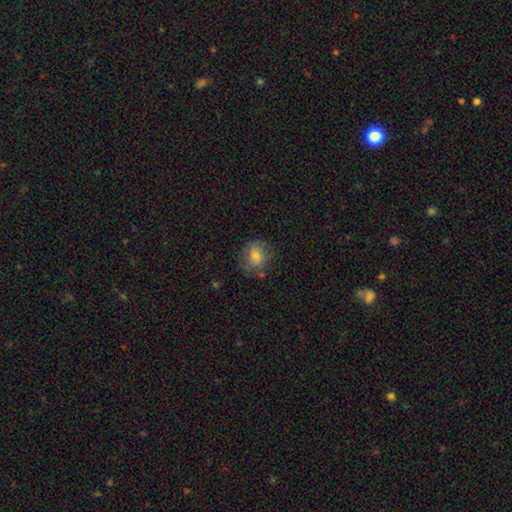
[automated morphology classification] Smooth or featured? Predicted: smooth (p=0.66). How rounded? Predicted: round (p=0.69). Merging? Predicted: none (p=0.64).